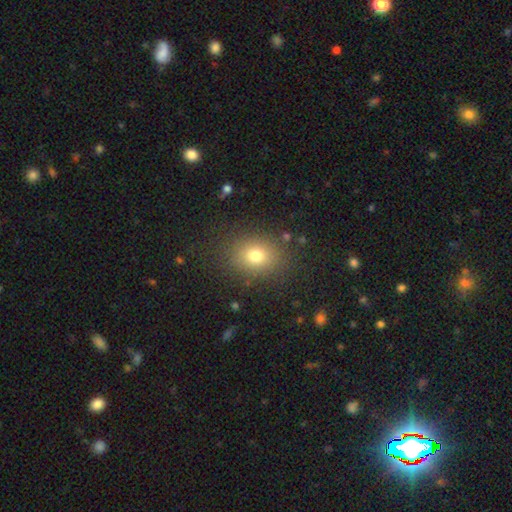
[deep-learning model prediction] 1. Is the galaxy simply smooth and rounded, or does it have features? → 75% smooth, 14% star or artifact, 10% featured or disk.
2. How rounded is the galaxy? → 50% round, 49% in between, 1% cigar-shaped.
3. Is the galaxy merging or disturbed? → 84% none, 10% minor disturbance, 4% major disturbance, 2% merger.